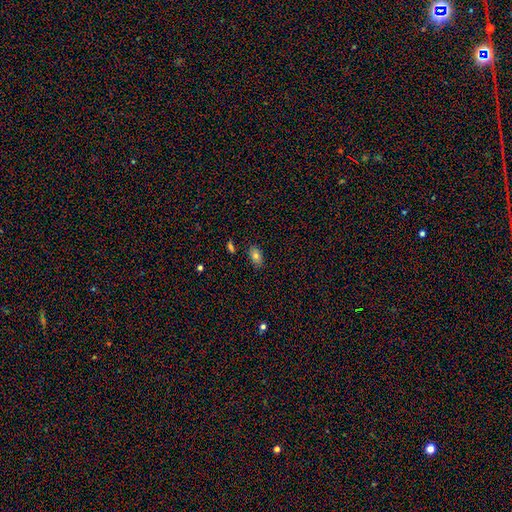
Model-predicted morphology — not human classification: A smooth galaxy with no disk features (77%) that is in between round and cigar-shaped (87%).

Vote fractions:
- Smooth or featured? smooth: 77% / featured or disk: 12% / star or artifact: 11%
- How rounded? in between: 87% / round: 11% / cigar-shaped: 2%
- Merging? none: 80% / minor disturbance: 14% / merger: 3% / major disturbance: 3%